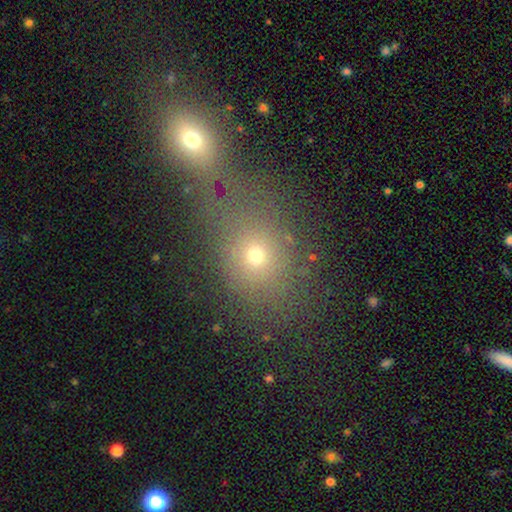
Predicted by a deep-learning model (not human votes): Smooth or featured? smooth (62%)
How rounded? round (52%)
Merging? none (50%)